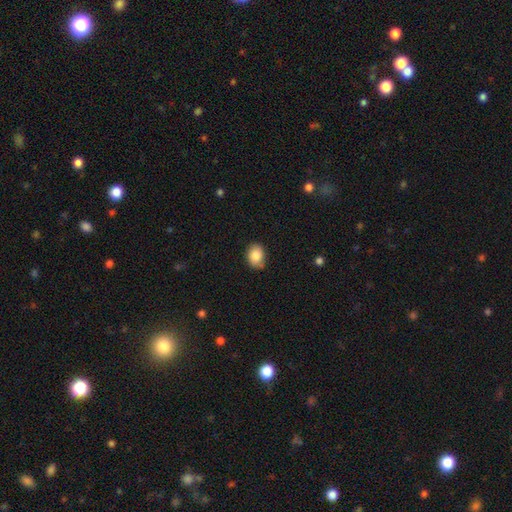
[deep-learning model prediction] Overall: smooth (84%). How rounded: in between (65%; round 34%). Merging: none (75%).